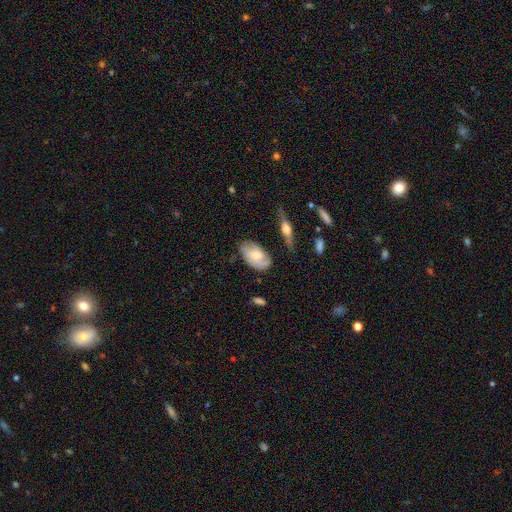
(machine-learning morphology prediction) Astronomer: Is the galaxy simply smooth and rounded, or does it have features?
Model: featured or disk — 50% (runner-up: smooth, 43%).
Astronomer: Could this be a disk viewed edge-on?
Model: no — 92%.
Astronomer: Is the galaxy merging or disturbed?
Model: none — 64%.